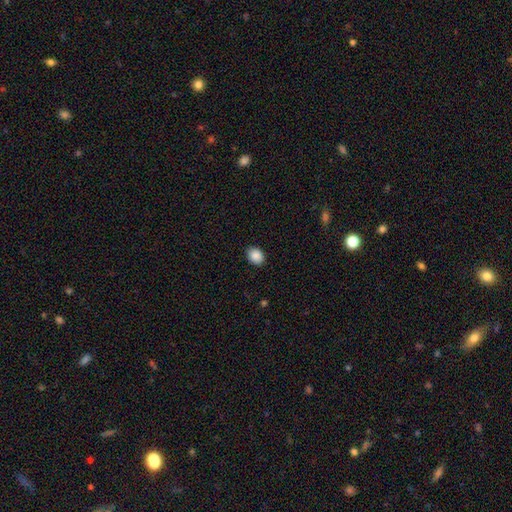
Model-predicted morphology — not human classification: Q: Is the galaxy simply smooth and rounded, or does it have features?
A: smooth — 89%.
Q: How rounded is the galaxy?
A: in between — 60%.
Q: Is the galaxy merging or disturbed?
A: none — 89%.